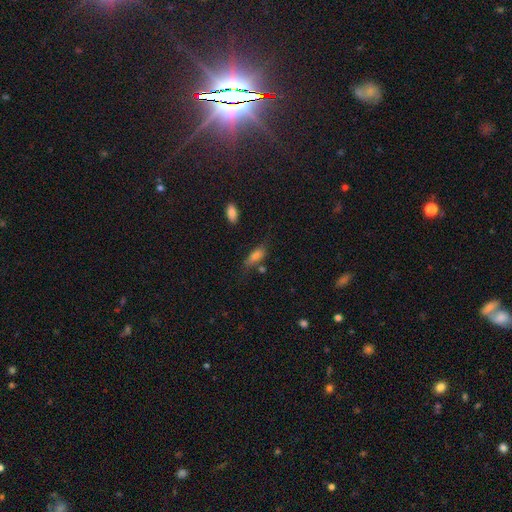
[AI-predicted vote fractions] Overall: smooth (77%). How rounded: in between (72%). Merging: none (59%; minor disturbance 25%).